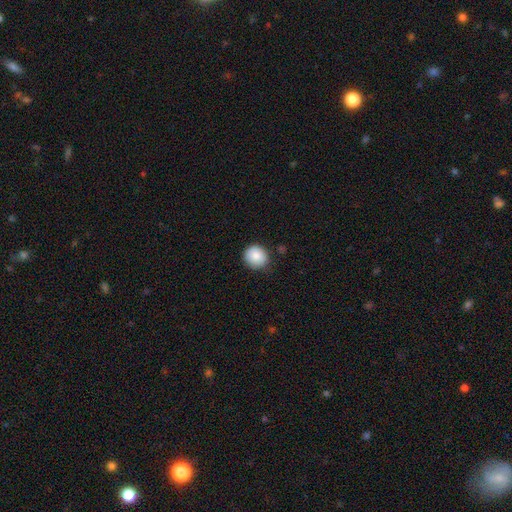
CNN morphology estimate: Overall: smooth (86%). How rounded: round (91%). Merging: none (84%).